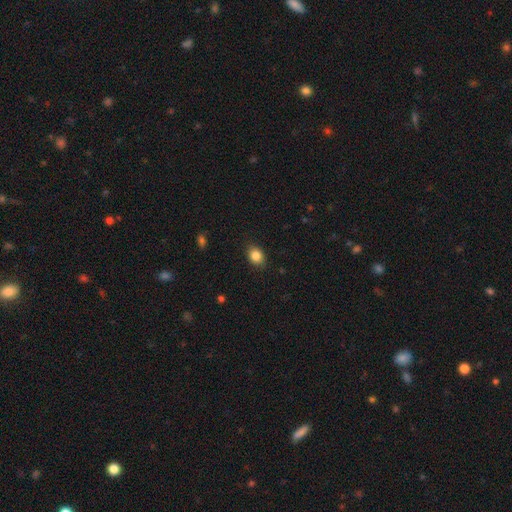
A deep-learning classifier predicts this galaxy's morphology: Overall: smooth (85%). How rounded: in between (57%; round 42%). Merging: none (86%).